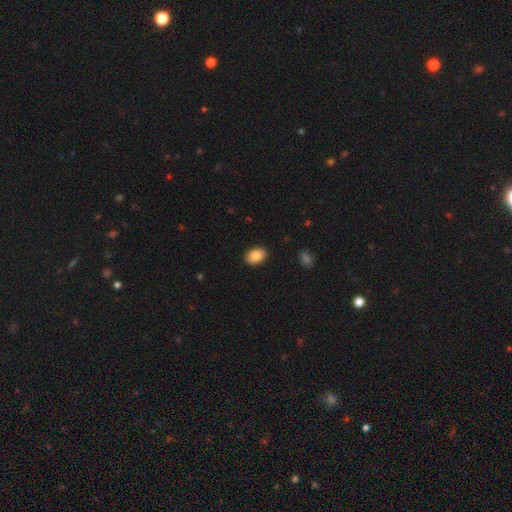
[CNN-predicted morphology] Q: Smooth or featured?
A: smooth (85%); runner-up: star or artifact (8%)
Q: How rounded?
A: in between (79%); runner-up: round (20%)
Q: Merging?
A: none (90%); runner-up: minor disturbance (7%)